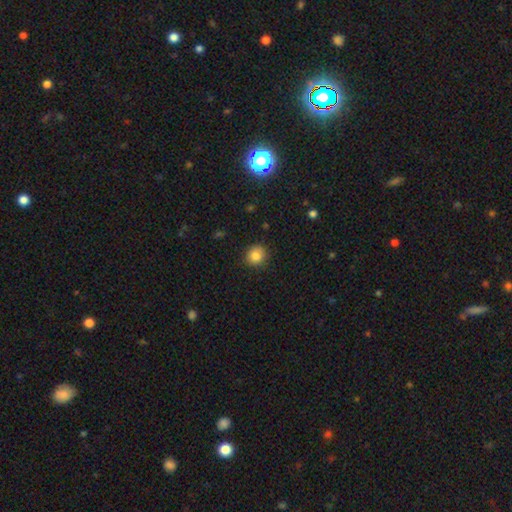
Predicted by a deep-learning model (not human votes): smooth-or-featured: smooth: 83% | star or artifact: 10% | featured or disk: 7%
  how-rounded: round: 87% | in between: 12% | cigar-shaped: 1%
  merging: none: 89% | minor disturbance: 8% | major disturbance: 2% | merger: 1%